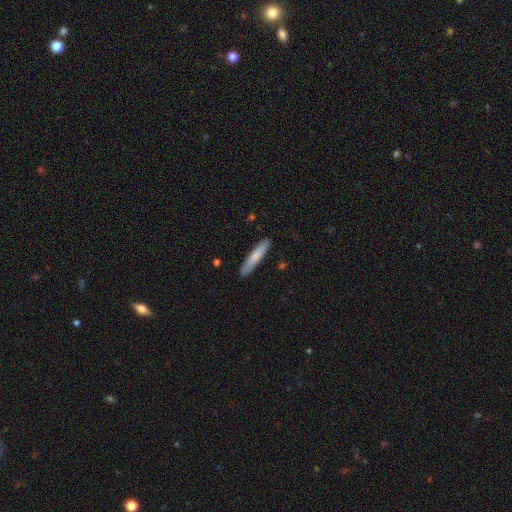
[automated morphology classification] A smooth galaxy with no disk features (75%) that is cigar-shaped (91%).

Vote fractions:
- Smooth or featured? smooth: 75% / featured or disk: 20% / star or artifact: 5%
- How rounded? cigar-shaped: 91% / in between: 8% / round: 1%
- Merging? none: 90% / minor disturbance: 8% / major disturbance: 1% / merger: 1%